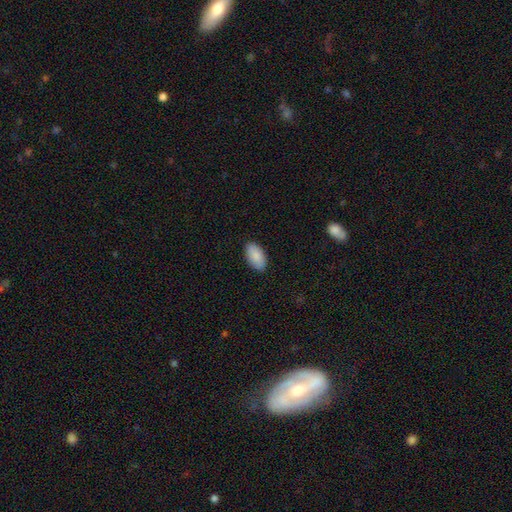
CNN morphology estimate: A smooth galaxy with no disk features (89%) that is in between round and cigar-shaped (95%). Merging: none (88%).